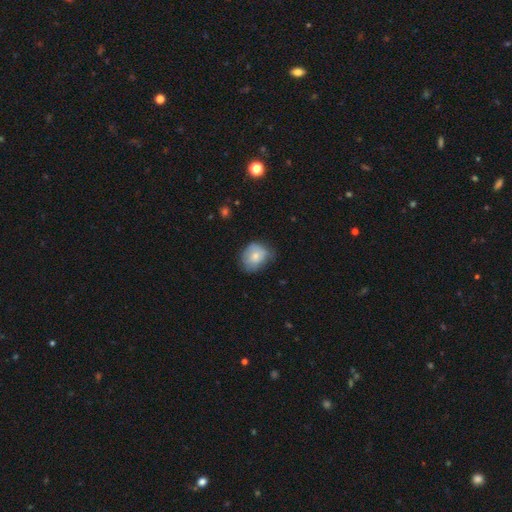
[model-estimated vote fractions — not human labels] Morphology: type=smooth (72%); roundness=round (59%); merging=none (53%).